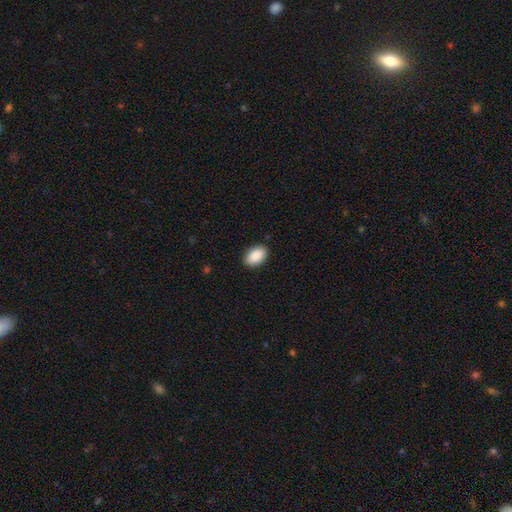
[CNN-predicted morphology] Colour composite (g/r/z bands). It shows a smooth galaxy with no disk features (90%) that is in between round and cigar-shaped (92%). Merging: none (89%).